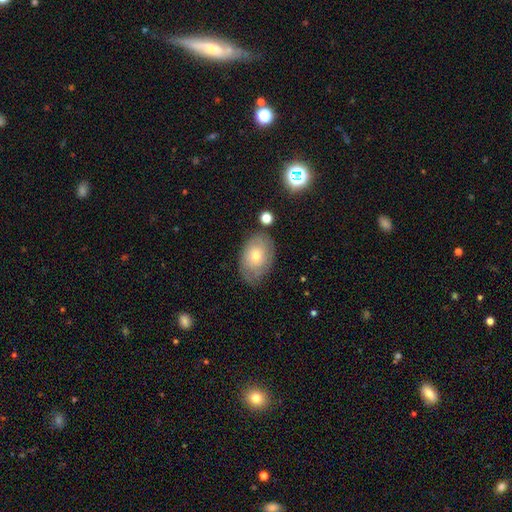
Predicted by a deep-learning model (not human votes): The model was most divided on "smooth or featured": smooth: 47%, featured or disk: 43%, star or artifact: 10%. More confident: merging — none (70%).